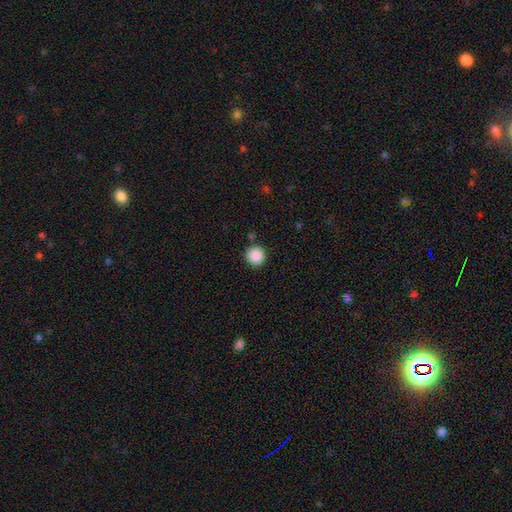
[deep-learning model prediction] Smooth or featured: smooth — 88% (star or artifact — 9%)
How rounded: round — 95% (in between — 4%)
Merging: none — 89% (minor disturbance — 7%)